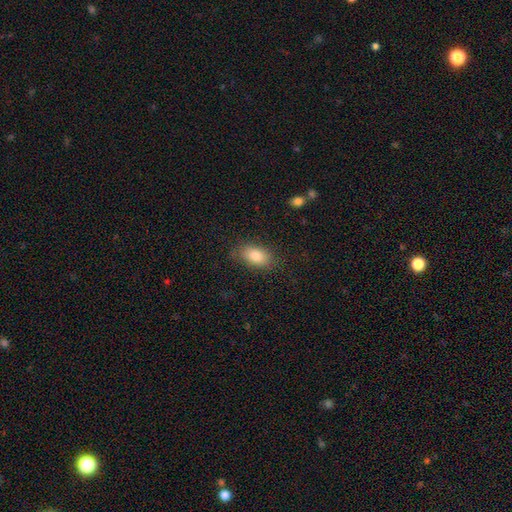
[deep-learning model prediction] A smooth galaxy with no disk features (83%) that is in between round and cigar-shaped (90%).

Vote fractions:
- Smooth or featured? smooth: 83% / featured or disk: 10% / star or artifact: 8%
- How rounded? in between: 90% / round: 7% / cigar-shaped: 3%
- Merging? none: 80% / minor disturbance: 14% / major disturbance: 4% / merger: 1%